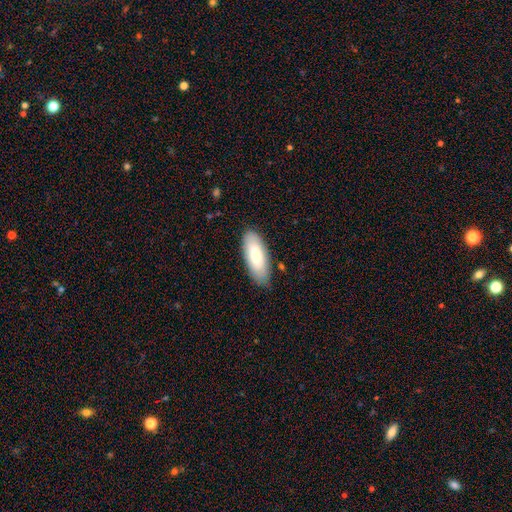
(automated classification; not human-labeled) smooth-or-featured: smooth: 79% | featured or disk: 16% | star or artifact: 6%
  how-rounded: in between: 77% | cigar-shaped: 21% | round: 2%
  merging: none: 83% | minor disturbance: 13% | major disturbance: 3% | merger: 1%